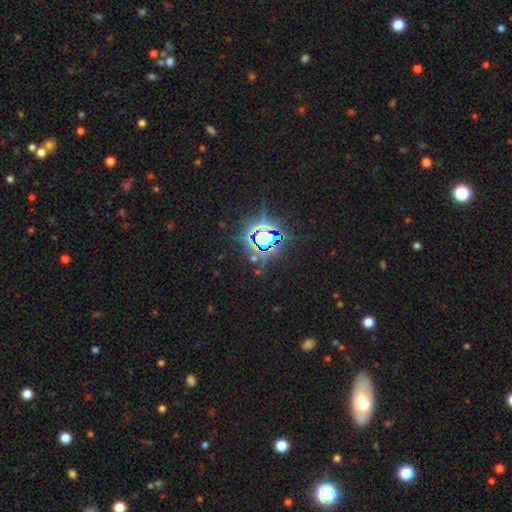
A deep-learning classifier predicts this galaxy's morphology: smooth_or_featured: star or artifact (p=0.81) [alt: smooth p=0.12]